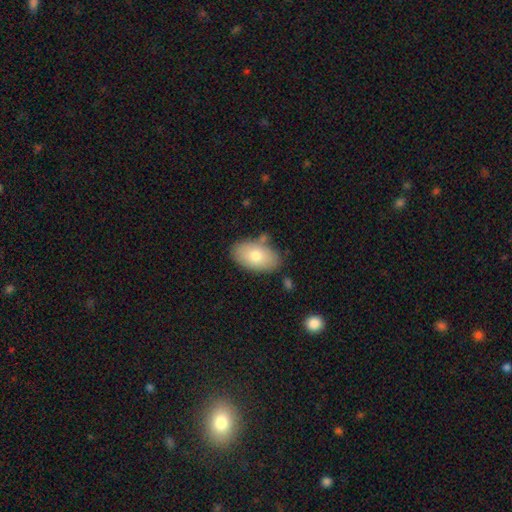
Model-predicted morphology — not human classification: A smooth galaxy with no disk features (75%) that is in between round and cigar-shaped (93%). Merging: none (76%).